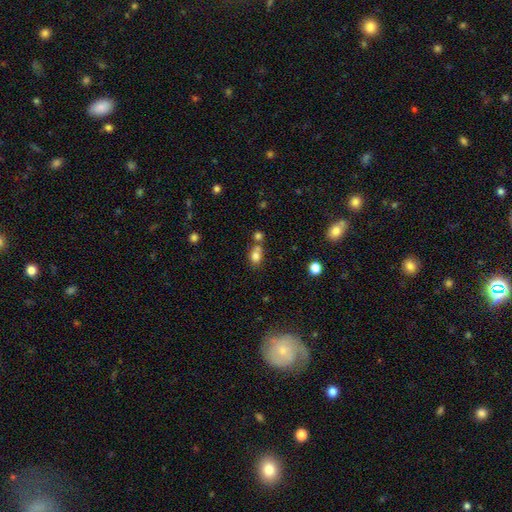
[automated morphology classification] Smooth or featured? smooth (77%)
How rounded? in between (53%)
Merging? none (47%)